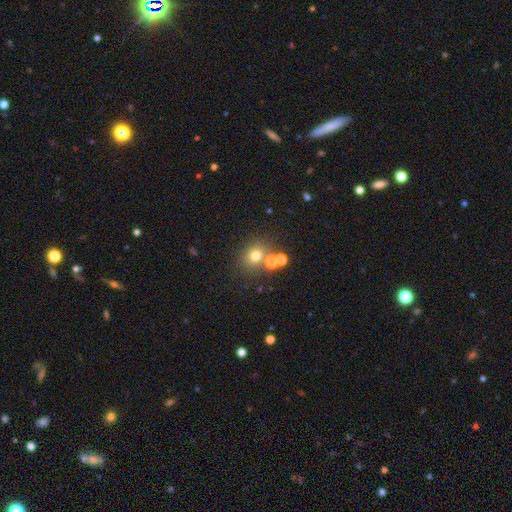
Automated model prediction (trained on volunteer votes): Smooth or featured: smooth — 71% (star or artifact — 19%)
How rounded: round — 75% (in between — 24%)
Merging: none — 67% (merger — 19%)